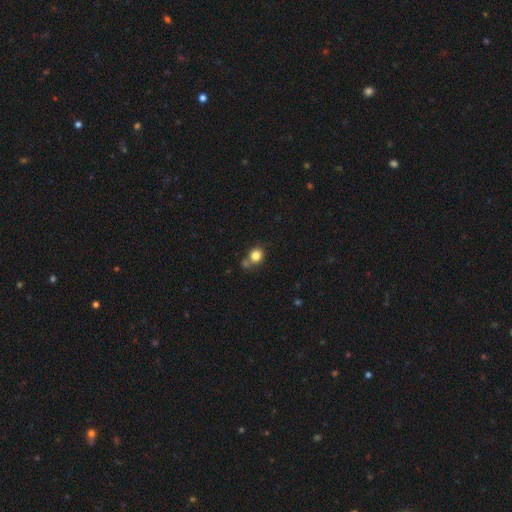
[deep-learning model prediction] The model was most divided on "merging": none: 59%, merger: 19%, minor disturbance: 16%, major disturbance: 6%. More confident: smooth or featured — smooth (82%); how rounded — round (77%).